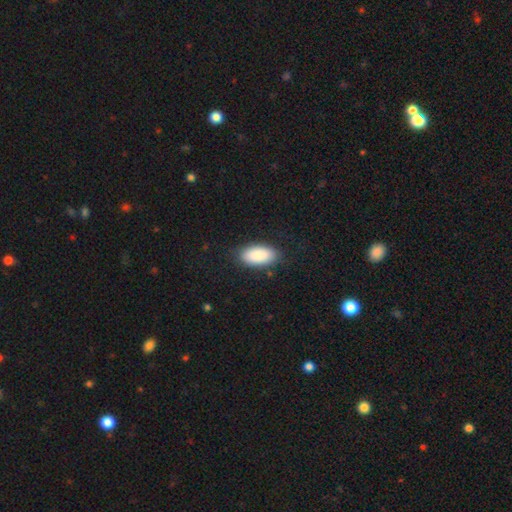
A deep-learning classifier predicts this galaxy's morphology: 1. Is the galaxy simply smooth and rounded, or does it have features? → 89% smooth, 6% star or artifact, 5% featured or disk.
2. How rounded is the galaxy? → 93% in between, 4% cigar-shaped, 2% round.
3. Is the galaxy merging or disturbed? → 85% none, 11% minor disturbance, 3% major disturbance, 1% merger.